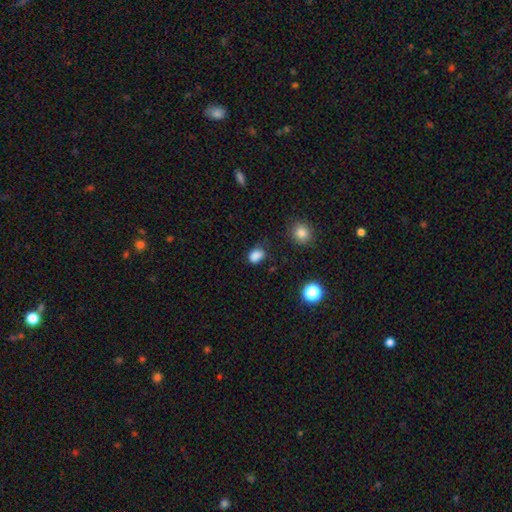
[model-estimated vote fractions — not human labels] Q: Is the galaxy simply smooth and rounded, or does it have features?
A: smooth — 83%.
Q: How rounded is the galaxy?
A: in between — 67%.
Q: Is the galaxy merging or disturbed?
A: none — 70%.